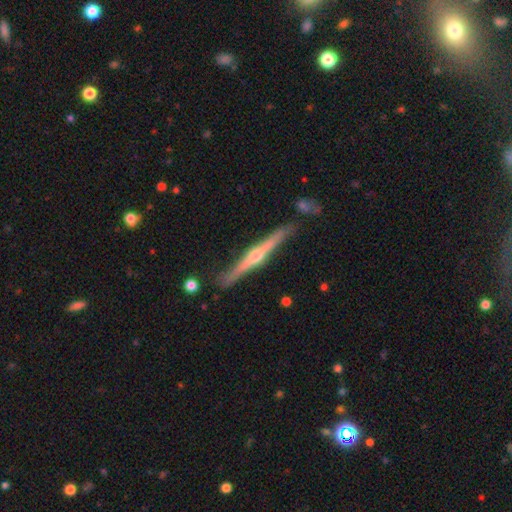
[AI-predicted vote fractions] Overall: featured or disk (82%). Edge-on disk: yes (98%). Edge-on bulge: rounded (87%). Merging: none (84%).